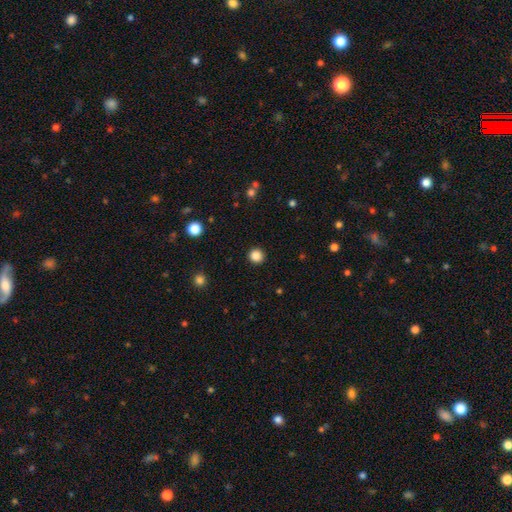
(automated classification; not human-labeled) Smooth or featured? smooth (85%)
How rounded? round (94%)
Merging? none (93%)